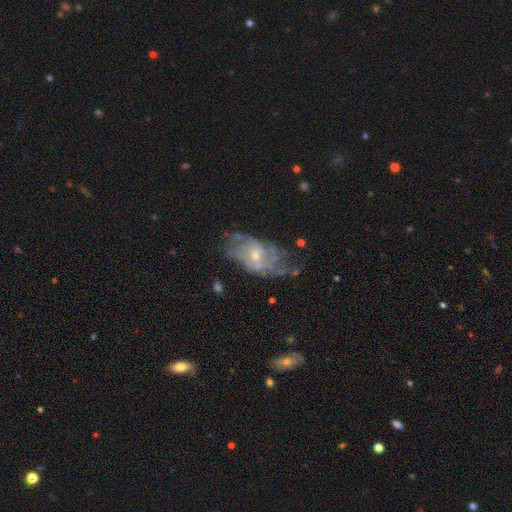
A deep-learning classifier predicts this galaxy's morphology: Smooth or featured?
  - featured or disk: 72% *
  - smooth: 20%
  - star or artifact: 8%
Edge-on disk?
  - no: 95% *
  - yes: 5%
Bar?
  - no: 65% *
  - weak: 30%
  - strong: 5%
Spiral arms?
  - yes: 68% *
  - no: 32%
Bulge size?
  - small: 59% *
  - moderate: 35%
  - none: 4%
  - large: 2%
  - dominant: 1%
Merging?
  - none: 45% *
  - minor disturbance: 26%
  - major disturbance: 26%
  - merger: 3%